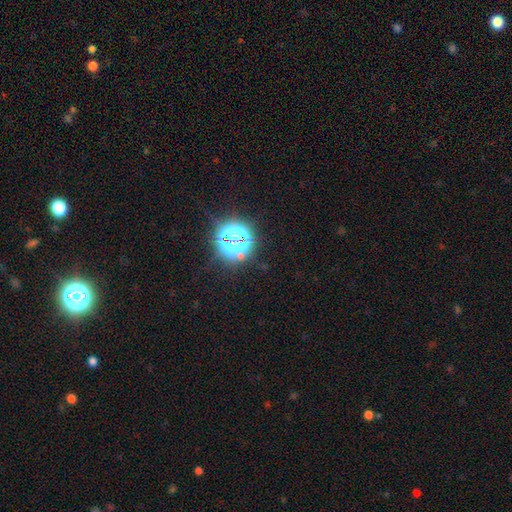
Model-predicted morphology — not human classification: The model was most divided on "smooth or featured": star or artifact: 78%, smooth: 17%, featured or disk: 5%.